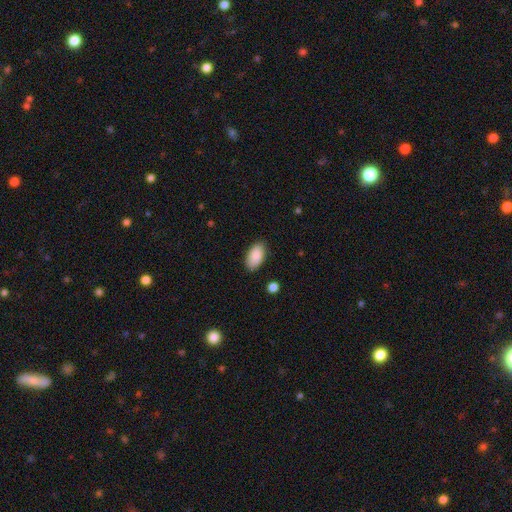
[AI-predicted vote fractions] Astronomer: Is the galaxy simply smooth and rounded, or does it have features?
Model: smooth — 89%.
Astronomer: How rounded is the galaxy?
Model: in between — 95%.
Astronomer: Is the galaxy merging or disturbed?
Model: none — 85%.